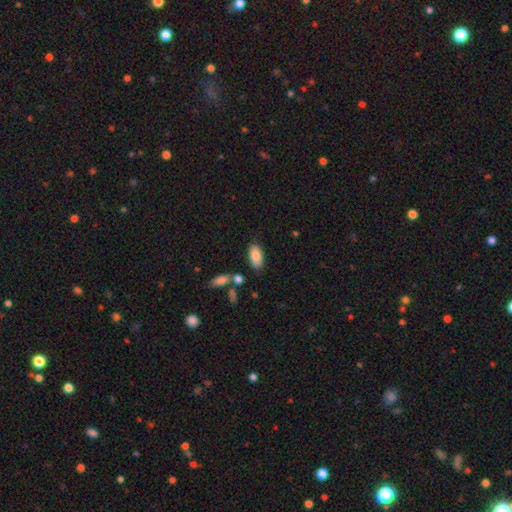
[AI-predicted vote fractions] smooth_or_featured: smooth (p=0.85) [alt: featured or disk p=0.08]
how_rounded: in between (p=0.91) [alt: cigar-shaped p=0.07]
merging: none (p=0.78) [alt: minor disturbance p=0.13]